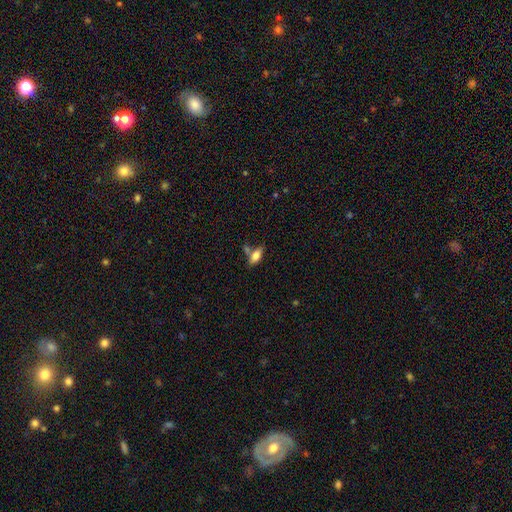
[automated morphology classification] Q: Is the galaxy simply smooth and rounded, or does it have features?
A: smooth — 74%.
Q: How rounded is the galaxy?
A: in between — 80%.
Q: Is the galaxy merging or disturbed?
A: none — 59%.